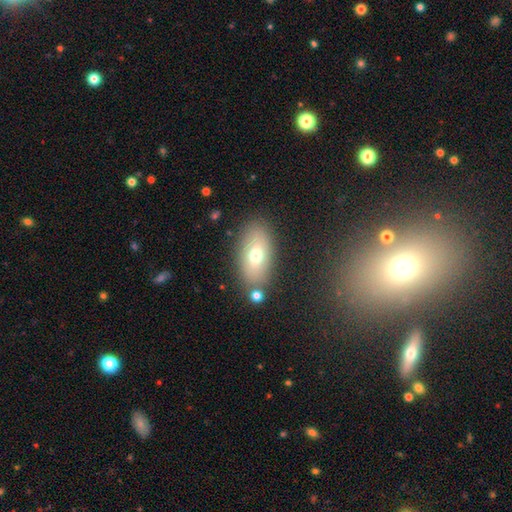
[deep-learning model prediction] smooth-or-featured: smooth: 69% | featured or disk: 21% | star or artifact: 10%
  how-rounded: in between: 89% | round: 7% | cigar-shaped: 4%
  merging: none: 78% | minor disturbance: 11% | merger: 6% | major disturbance: 4%